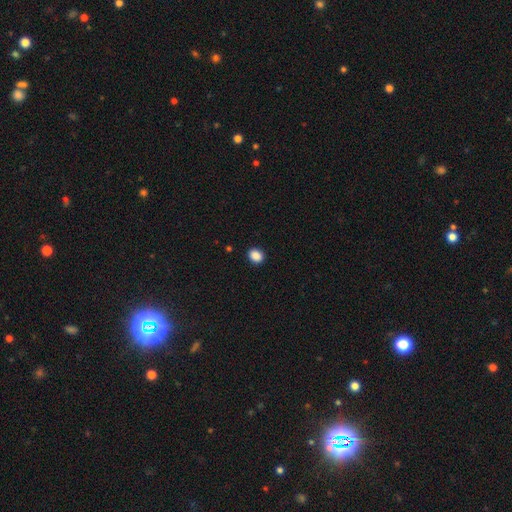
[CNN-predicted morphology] This appears to be a smooth galaxy with no disk features (89%) that is round (54%). Merging: none (90%).